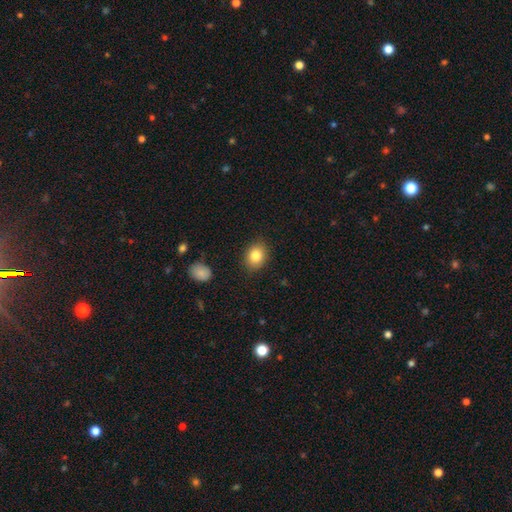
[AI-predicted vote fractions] Morphology: type=smooth (84%); roundness=in between (56%); merging=none (86%).